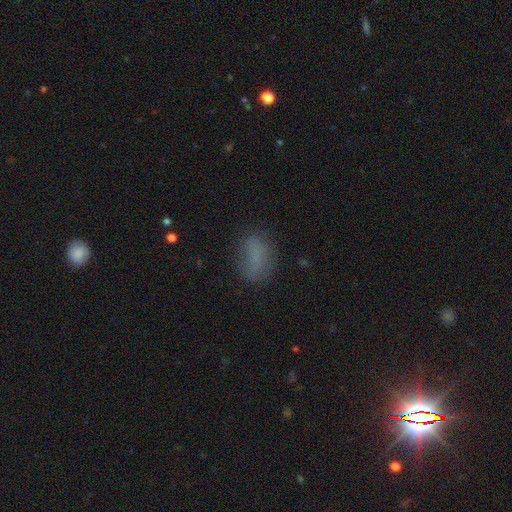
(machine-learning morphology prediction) Smooth or featured: smooth — 75% (star or artifact — 14%)
How rounded: in between — 84% (round — 11%)
Merging: none — 71% (minor disturbance — 19%)